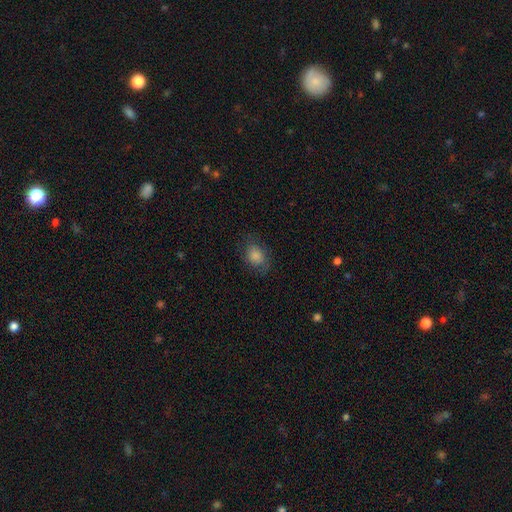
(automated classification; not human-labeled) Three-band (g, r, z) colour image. It shows a smooth galaxy with no disk features (81%) that is in between round and cigar-shaped (58%). Merging: none (72%).